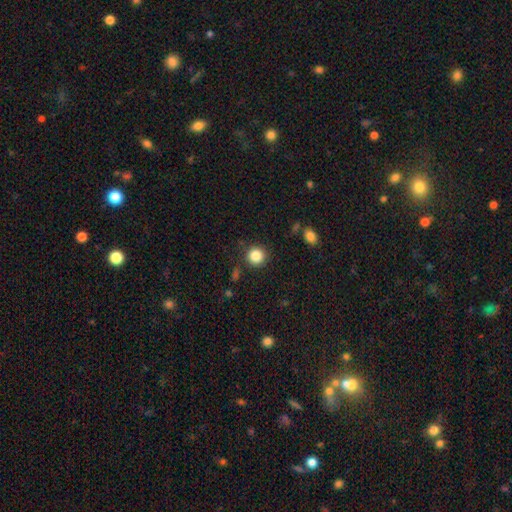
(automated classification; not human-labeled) This is clearly a smooth galaxy (85%). How rounded: clearly round (92%). Merging: clearly none (87%).